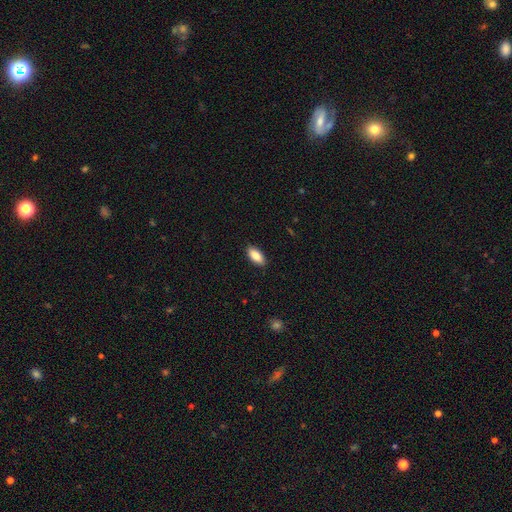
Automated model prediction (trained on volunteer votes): Smooth or featured: smooth — 88% (star or artifact — 6%)
How rounded: in between — 88% (cigar-shaped — 10%)
Merging: none — 89% (minor disturbance — 8%)